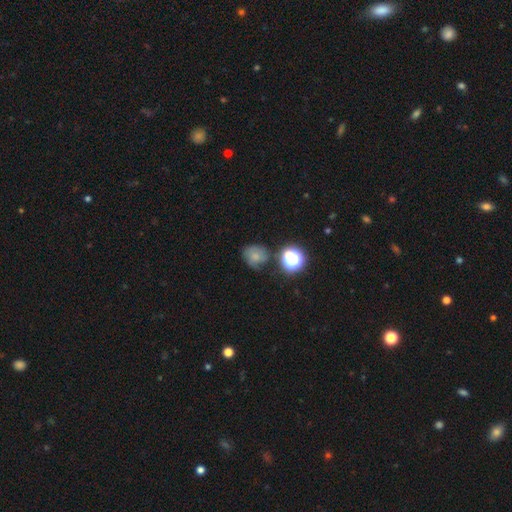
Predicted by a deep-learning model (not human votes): smooth_or_featured: smooth (p=0.59) [alt: featured or disk p=0.22]
how_rounded: round (p=0.75) [alt: in between p=0.24]
merging: none (p=0.56) [alt: minor disturbance p=0.26]